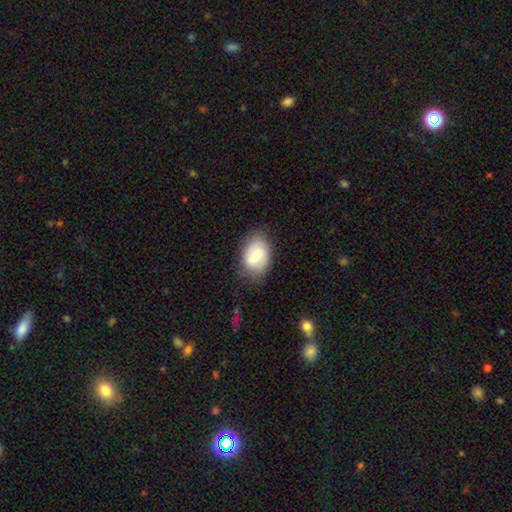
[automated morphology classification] This is likely a smooth galaxy (67%). How rounded: clearly in between (82%). Merging: likely none (70%).